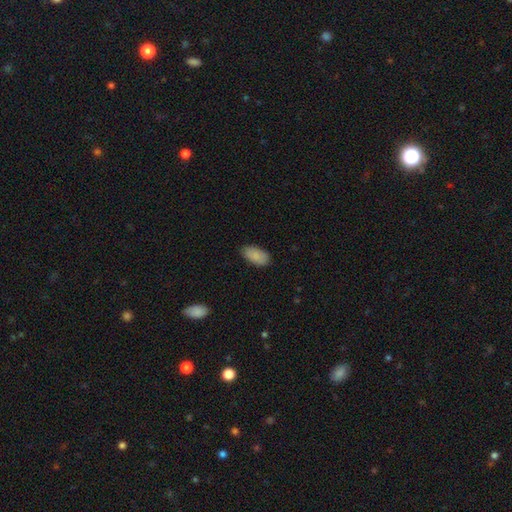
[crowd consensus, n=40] Morphology: type=smooth (98%); roundness=in between (100%); merging=none (95%).